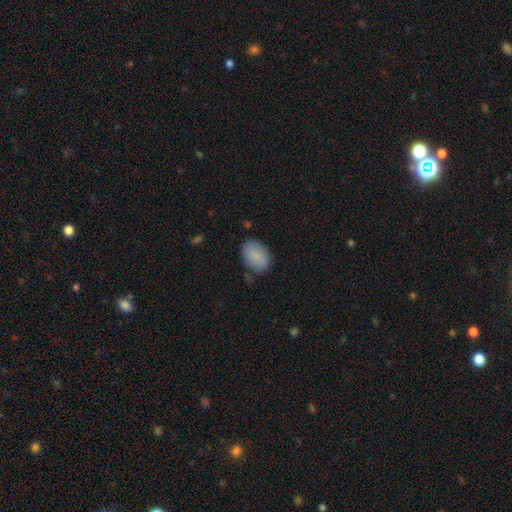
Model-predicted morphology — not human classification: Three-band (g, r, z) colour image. It shows a smooth galaxy with no disk features (86%) that is in between round and cigar-shaped (82%). Merging: none (76%).